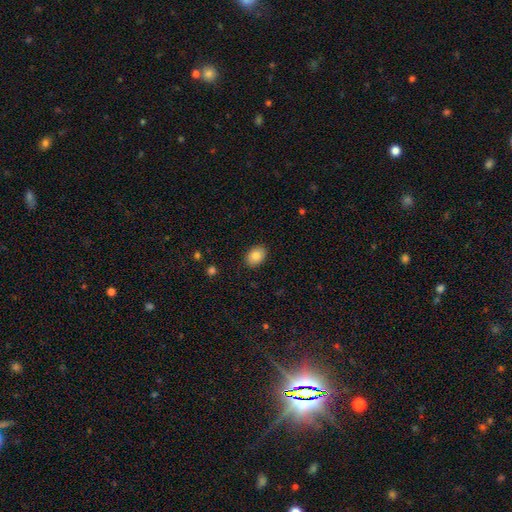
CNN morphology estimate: Smooth or featured?
  - smooth: 85% *
  - star or artifact: 8%
  - featured or disk: 7%
How rounded?
  - in between: 76% *
  - round: 23%
  - cigar-shaped: 1%
Merging?
  - none: 88% *
  - minor disturbance: 8%
  - major disturbance: 2%
  - merger: 1%